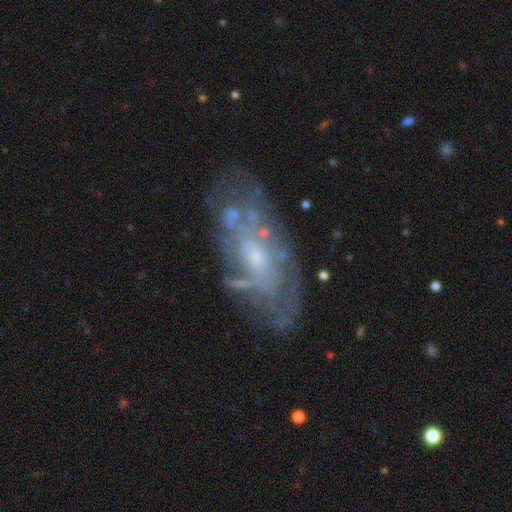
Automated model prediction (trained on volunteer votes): smooth_or_featured: featured or disk (p=0.78) [alt: smooth p=0.15]
disk_edge_on: no (p=0.91) [alt: yes p=0.09]
bar: no (p=0.73) [alt: weak p=0.23]
has_spiral_arms: yes (p=0.70) [alt: no p=0.30]
bulge_size: small (p=0.63) [alt: moderate p=0.28]
merging: none (p=0.70) [alt: minor disturbance p=0.18]